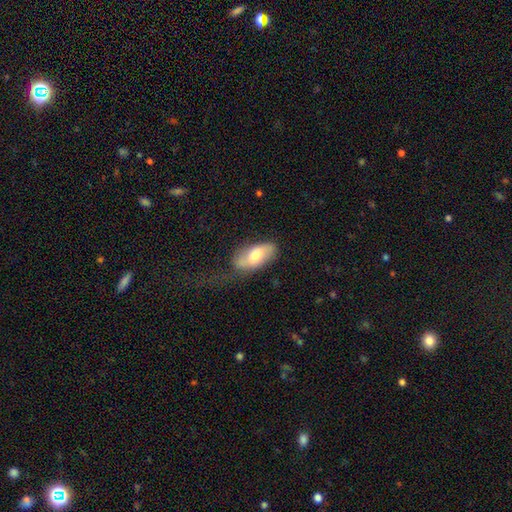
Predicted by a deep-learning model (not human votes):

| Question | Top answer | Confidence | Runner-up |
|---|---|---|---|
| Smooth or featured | smooth | 63% | featured or disk (31%) |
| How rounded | in between | 90% | cigar-shaped (6%) |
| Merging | none | 53% | minor disturbance (29%) |